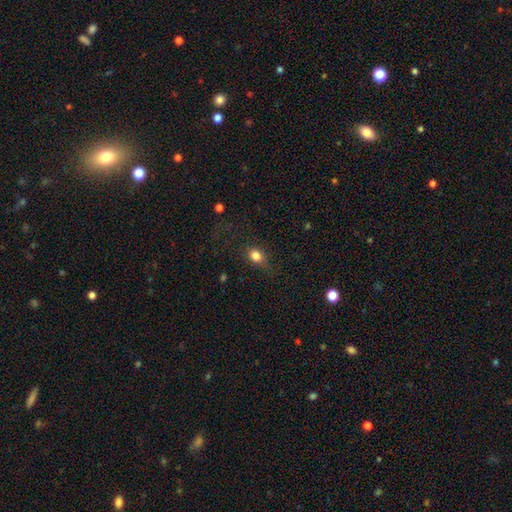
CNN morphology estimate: This appears to be a smooth galaxy with no disk features (81%) that is in between round and cigar-shaped (53%). Merging: none (68%).